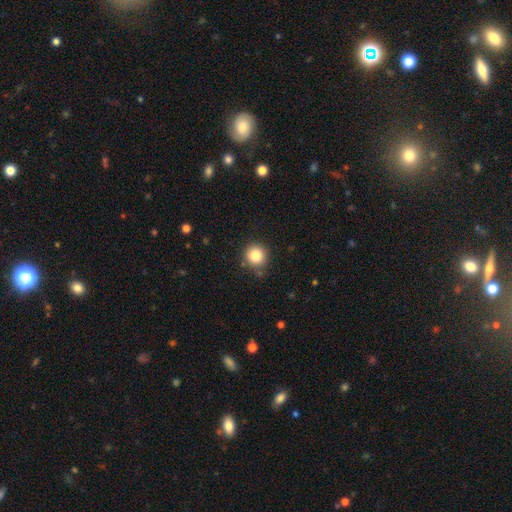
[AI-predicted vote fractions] A smooth galaxy with no disk features (83%) that is round (93%).

Vote fractions:
- Smooth or featured? smooth: 83% / star or artifact: 11% / featured or disk: 6%
- How rounded? round: 93% / in between: 6% / cigar-shaped: 1%
- Merging? none: 86% / minor disturbance: 9% / major disturbance: 3% / merger: 2%